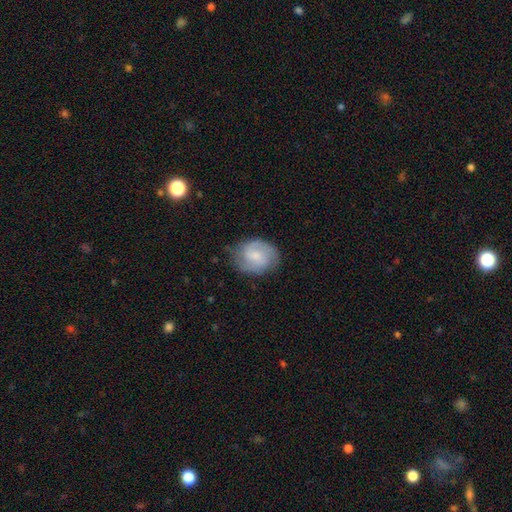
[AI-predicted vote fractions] smooth-or-featured: featured or disk: 48% | smooth: 45% | star or artifact: 7%
  merging: none: 70% | minor disturbance: 22% | major disturbance: 6% | merger: 1%